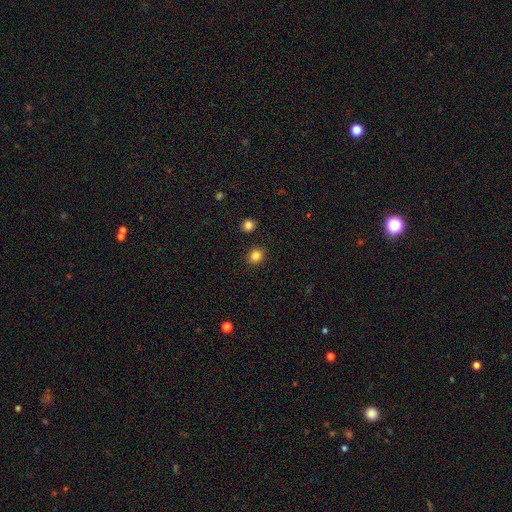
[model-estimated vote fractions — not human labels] smooth-or-featured: smooth: 84% | star or artifact: 12% | featured or disk: 5%
  how-rounded: round: 80% | in between: 19% | cigar-shaped: 1%
  merging: none: 90% | minor disturbance: 6% | merger: 2% | major disturbance: 2%